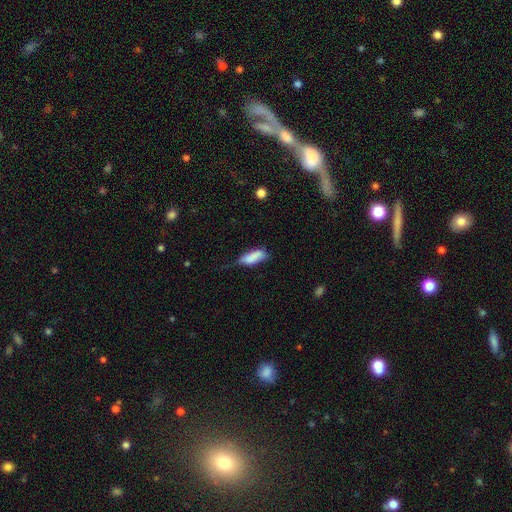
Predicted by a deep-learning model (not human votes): smooth 80%, featured or disk 13%, star or artifact 8%. Down the decision tree: how rounded — in between (72%); merging — minor disturbance (41%).